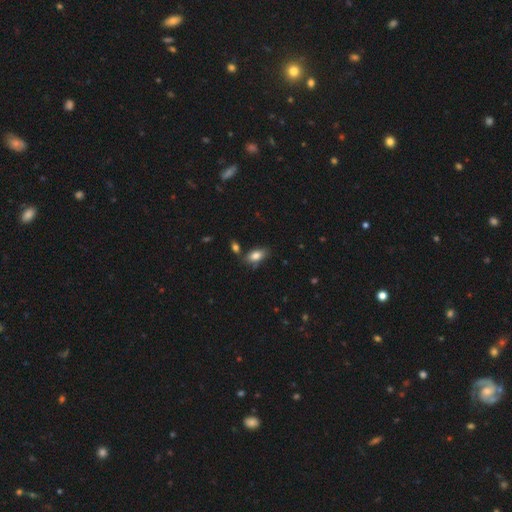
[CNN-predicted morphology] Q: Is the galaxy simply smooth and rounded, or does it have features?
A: smooth — 82%.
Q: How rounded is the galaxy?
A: in between — 90%.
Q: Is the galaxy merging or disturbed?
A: none — 73%.